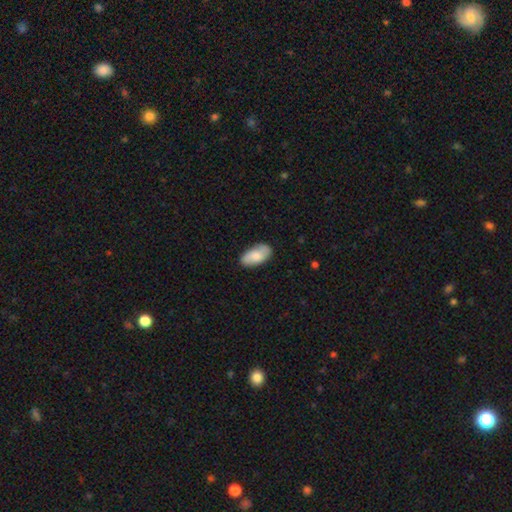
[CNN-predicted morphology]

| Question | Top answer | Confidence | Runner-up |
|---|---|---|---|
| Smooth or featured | smooth | 75% | featured or disk (19%) |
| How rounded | in between | 93% | cigar-shaped (4%) |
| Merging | none | 82% | minor disturbance (14%) |